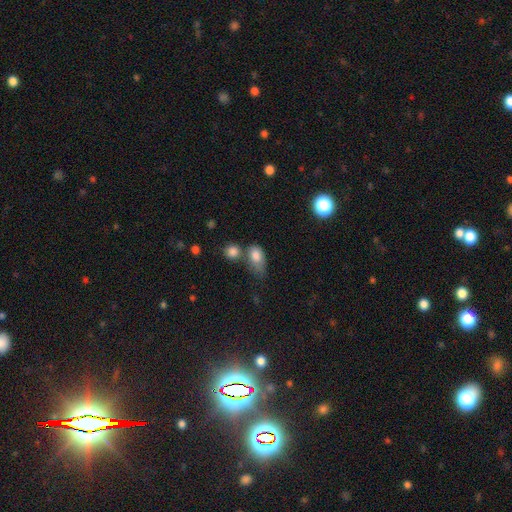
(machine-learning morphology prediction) A smooth galaxy with no disk features (80%) that is in between round and cigar-shaped (78%).

Vote fractions:
- Smooth or featured? smooth: 80% / featured or disk: 10% / star or artifact: 10%
- How rounded? in between: 78% / round: 18% / cigar-shaped: 4%
- Merging? none: 30% / merger: 29% / minor disturbance: 25% / major disturbance: 15%